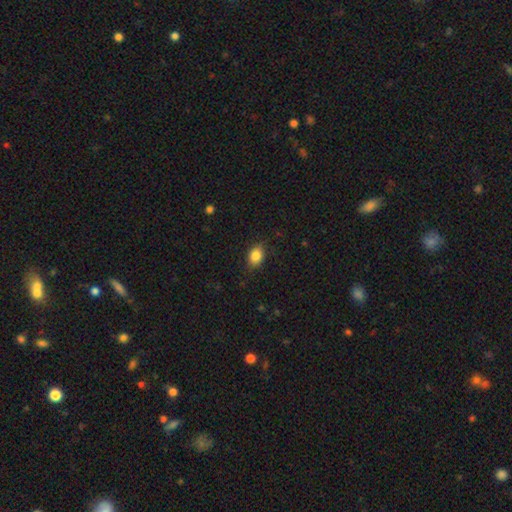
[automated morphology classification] Q: Smooth or featured?
A: smooth (86%); runner-up: star or artifact (9%)
Q: How rounded?
A: in between (73%); runner-up: round (26%)
Q: Merging?
A: none (83%); runner-up: minor disturbance (13%)